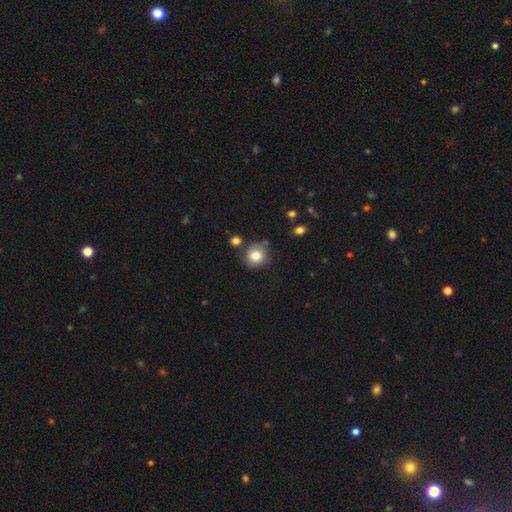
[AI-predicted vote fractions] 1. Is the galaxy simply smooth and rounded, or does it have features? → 81% smooth, 10% star or artifact, 9% featured or disk.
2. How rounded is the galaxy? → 88% round, 11% in between, 1% cigar-shaped.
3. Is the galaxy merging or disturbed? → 73% none, 15% minor disturbance, 8% merger, 4% major disturbance.